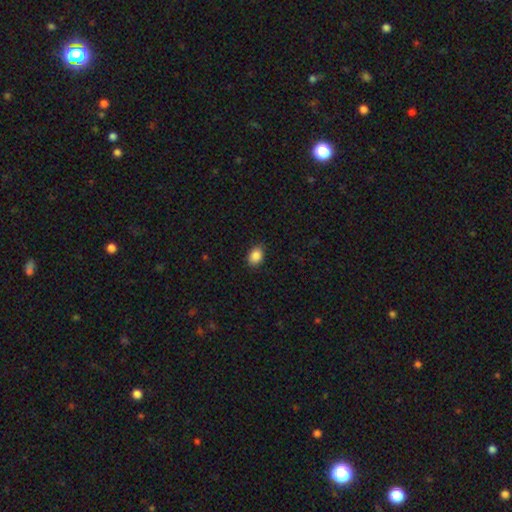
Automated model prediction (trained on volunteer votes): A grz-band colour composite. It shows a smooth galaxy with no disk features (88%) that is in between round and cigar-shaped (69%). Merging: none (84%).